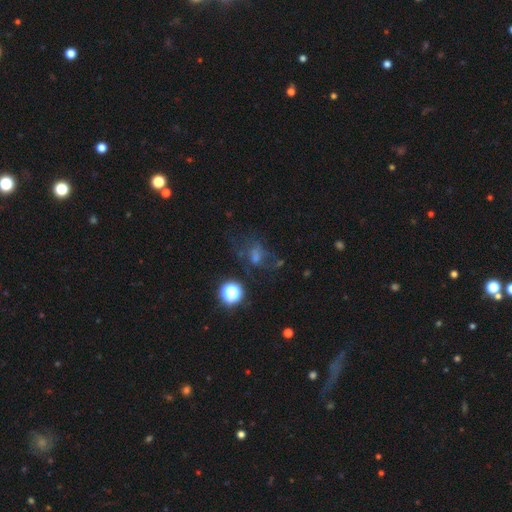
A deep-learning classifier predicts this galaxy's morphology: smooth-or-featured: smooth: 34% (tied) | star or artifact: 34% (tied) | featured or disk: 32%
  merging: none: 48% | major disturbance: 26% | minor disturbance: 19% | merger: 6%